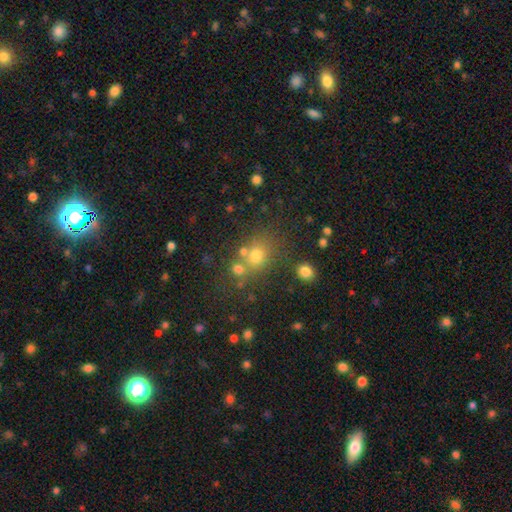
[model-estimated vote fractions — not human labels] Smooth or featured: smooth — 68% (star or artifact — 20%)
How rounded: round — 71% (in between — 28%)
Merging: none — 59% (merger — 24%)